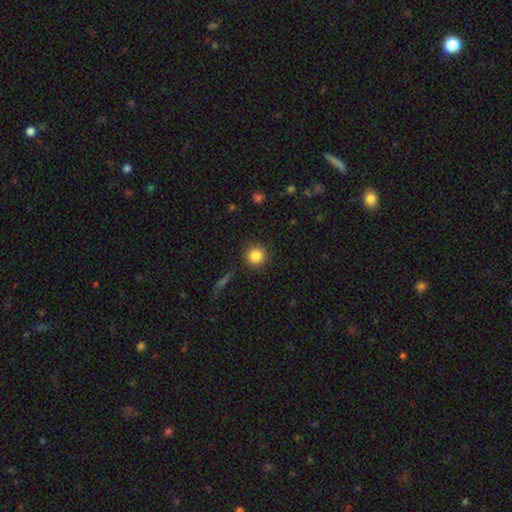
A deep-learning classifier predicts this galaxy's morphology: smooth-or-featured: smooth: 85% | star or artifact: 10% | featured or disk: 5%
  how-rounded: round: 94% | in between: 5% | cigar-shaped: 1%
  merging: none: 90% | minor disturbance: 6% | major disturbance: 2% | merger: 2%